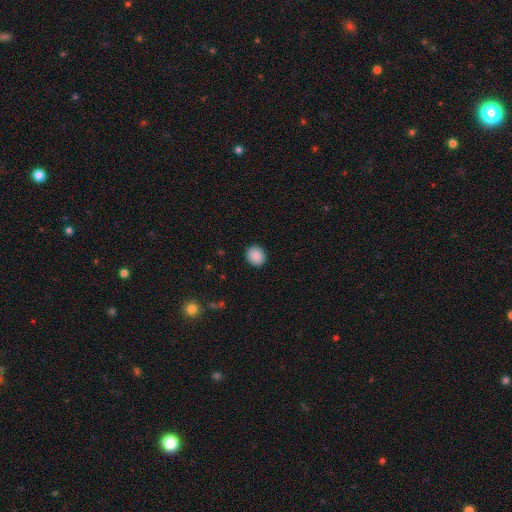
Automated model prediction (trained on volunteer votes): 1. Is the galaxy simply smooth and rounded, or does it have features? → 89% smooth, 8% star or artifact, 3% featured or disk.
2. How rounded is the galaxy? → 79% round, 20% in between, 1% cigar-shaped.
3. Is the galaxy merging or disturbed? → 91% none, 6% minor disturbance, 2% major disturbance, 1% merger.